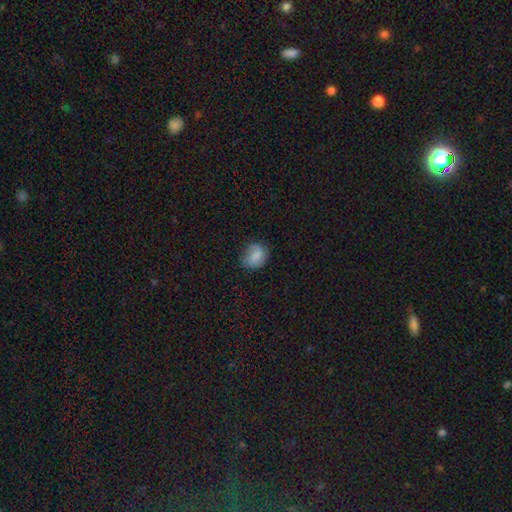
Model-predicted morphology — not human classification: Overall: smooth (74%). How rounded: round (53%; in between 45%). Merging: none (68%).